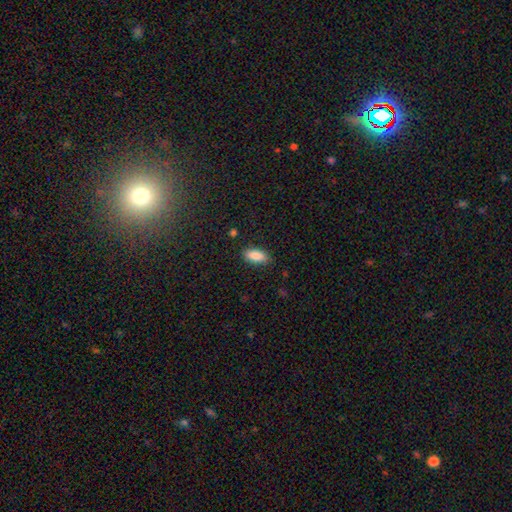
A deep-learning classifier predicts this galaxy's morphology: A smooth galaxy with no disk features (88%) that is in between round and cigar-shaped (87%).

Vote fractions:
- Smooth or featured? smooth: 88% / star or artifact: 7% / featured or disk: 5%
- How rounded? in between: 87% / cigar-shaped: 11% / round: 2%
- Merging? none: 86% / minor disturbance: 11% / major disturbance: 2% / merger: 1%